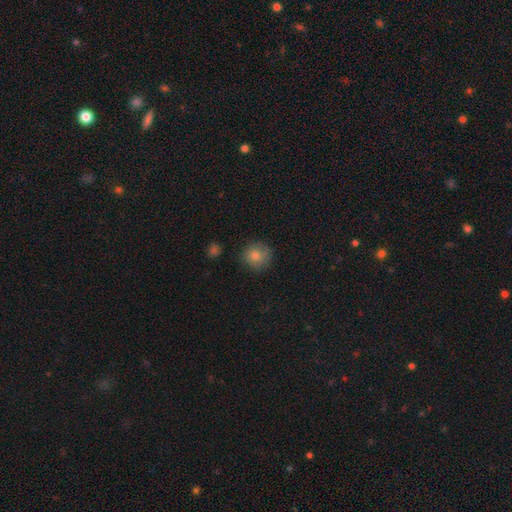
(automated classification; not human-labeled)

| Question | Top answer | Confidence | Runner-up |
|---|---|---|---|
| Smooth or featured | smooth | 80% | featured or disk (10%) |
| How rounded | round | 92% | in between (7%) |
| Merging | none | 80% | minor disturbance (15%) |